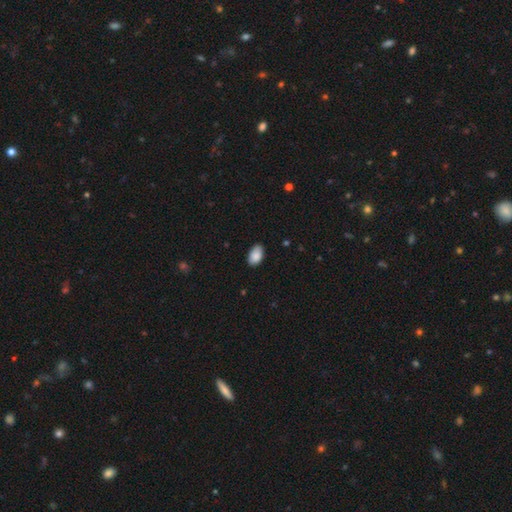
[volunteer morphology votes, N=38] Smooth or featured? smooth (84%)
How rounded? in between (100%)
Merging? none (76%)